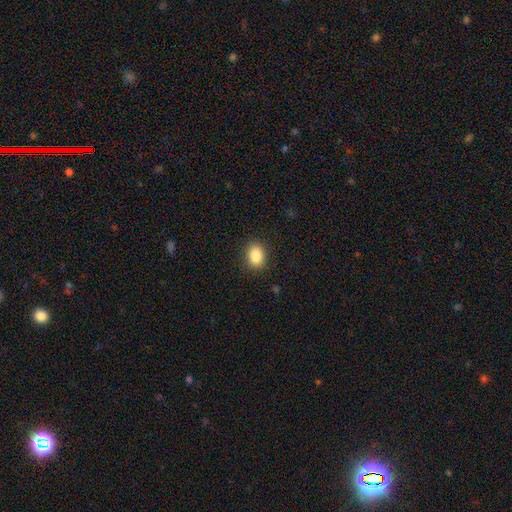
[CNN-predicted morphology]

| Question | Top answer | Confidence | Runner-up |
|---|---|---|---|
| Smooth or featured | smooth | 87% | star or artifact (8%) |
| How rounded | in between | 74% | round (25%) |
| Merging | none | 88% | minor disturbance (8%) |